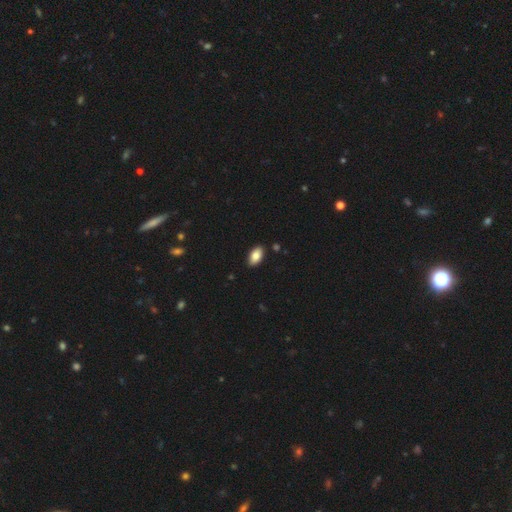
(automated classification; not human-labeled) A smooth galaxy with no disk features (85%) that is in between round and cigar-shaped (95%). Merging: none (89%).